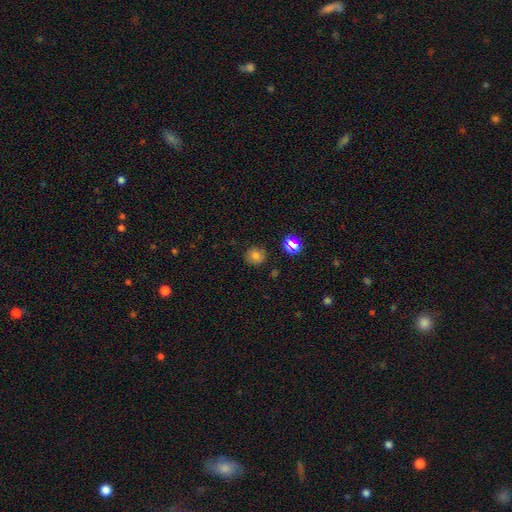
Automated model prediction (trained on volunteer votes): A smooth galaxy with no disk features (74%) that is round (88%).

Vote fractions:
- Smooth or featured? smooth: 74% / star or artifact: 19% / featured or disk: 8%
- How rounded? round: 88% / in between: 11% / cigar-shaped: 1%
- Merging? none: 86% / minor disturbance: 9% / major disturbance: 3% / merger: 2%